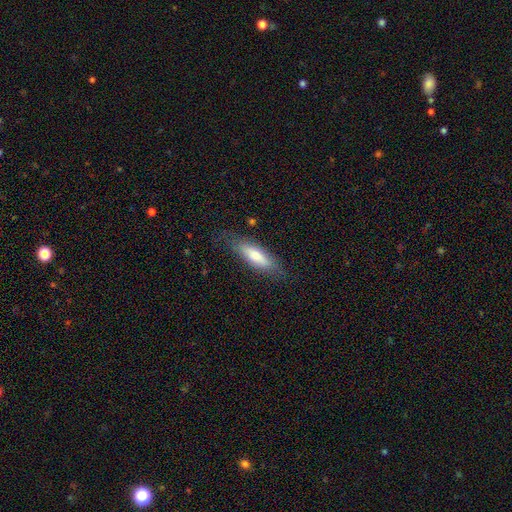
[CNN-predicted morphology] This is likely a smooth galaxy (71%). How rounded: possibly cigar-shaped (52%). Merging: likely none (75%).